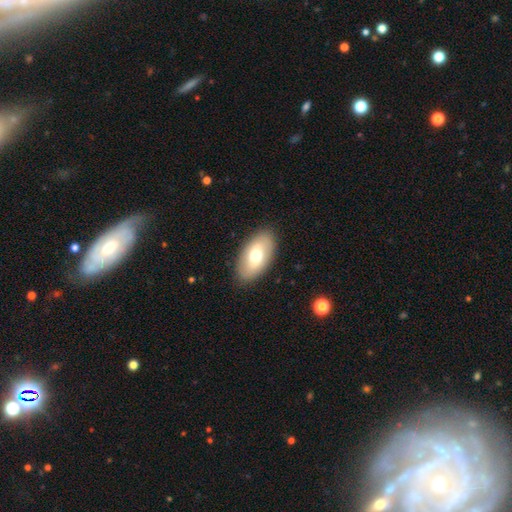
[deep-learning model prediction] Smooth or featured? smooth (63%)
How rounded? in between (94%)
Merging? none (87%)